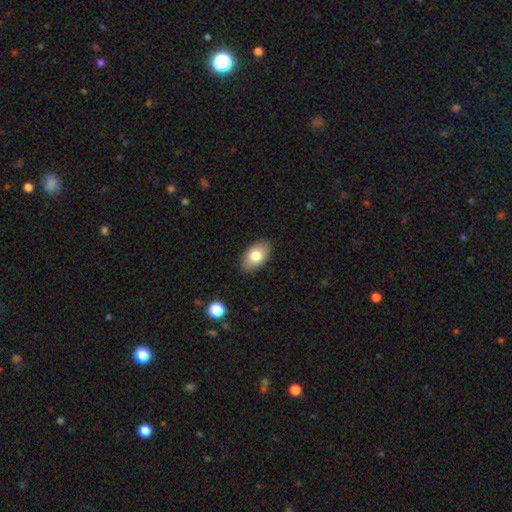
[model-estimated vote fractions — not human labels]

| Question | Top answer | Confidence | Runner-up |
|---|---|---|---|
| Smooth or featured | smooth | 79% | featured or disk (14%) |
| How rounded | in between | 92% | round (7%) |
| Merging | none | 87% | minor disturbance (10%) |